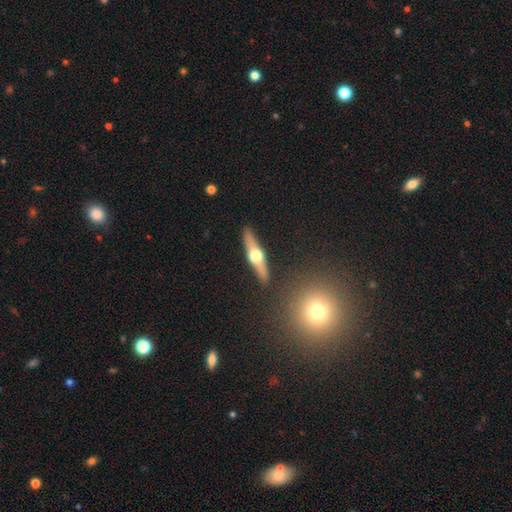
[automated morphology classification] This is likely a featured or disk galaxy (68%). It is clearly viewed edge-on (95%). Edge-on bulge: clearly rounded (96%). Merging: clearly none (89%).